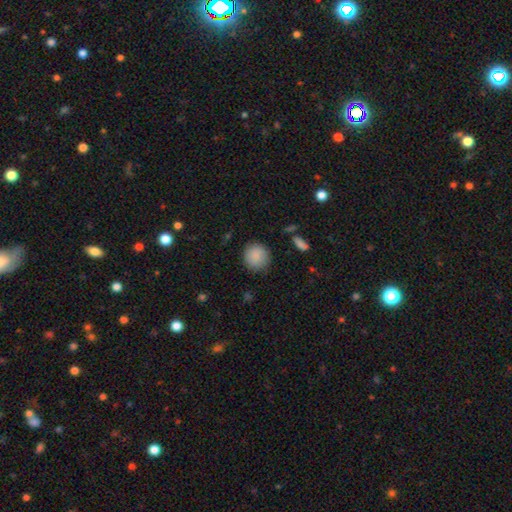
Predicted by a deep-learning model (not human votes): Smooth or featured: smooth — 88% (star or artifact — 8%)
How rounded: round — 91% (in between — 8%)
Merging: none — 86% (minor disturbance — 10%)